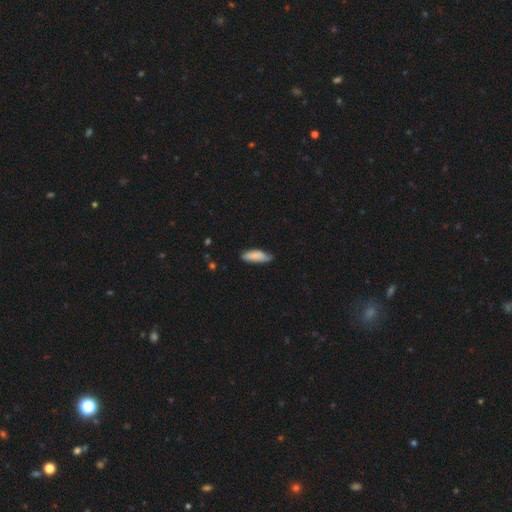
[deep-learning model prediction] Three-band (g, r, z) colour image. It shows a smooth galaxy with no disk features (82%) that is in between round and cigar-shaped (59%). Merging: none (63%).